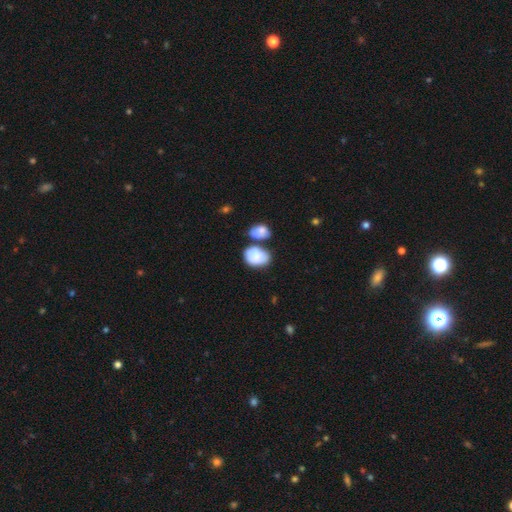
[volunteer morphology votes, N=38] Overall: smooth (82%). How rounded: in between (77%). Merging: none (38%; merger 30%).